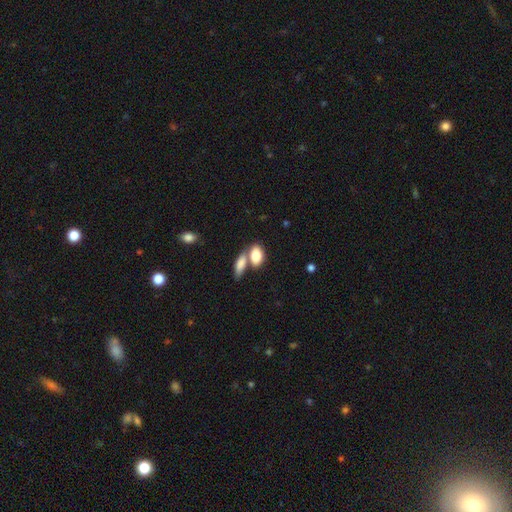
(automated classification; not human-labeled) Q: Smooth or featured?
A: smooth (82%); runner-up: featured or disk (11%)
Q: How rounded?
A: in between (88%); runner-up: round (8%)
Q: Merging?
A: merger (48%); runner-up: none (37%)